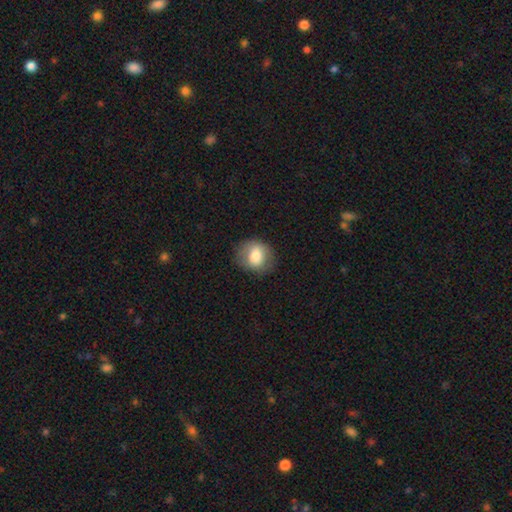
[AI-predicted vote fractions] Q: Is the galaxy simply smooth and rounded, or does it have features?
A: smooth — 71%.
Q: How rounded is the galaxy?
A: round — 69%.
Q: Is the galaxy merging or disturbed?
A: none — 80%.